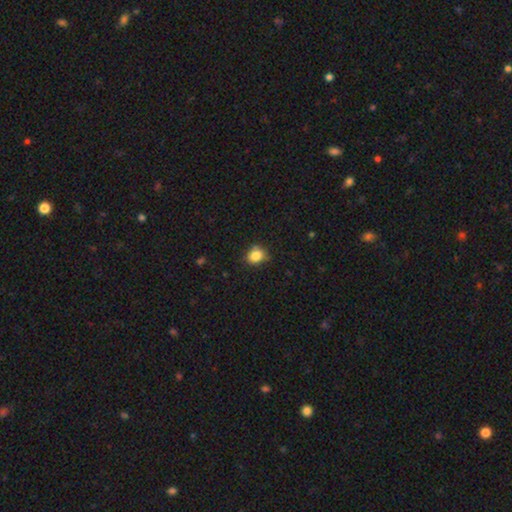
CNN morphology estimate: Smooth or featured? Predicted: smooth (p=0.84). How rounded? Predicted: round (p=0.58). Merging? Predicted: none (p=0.73).